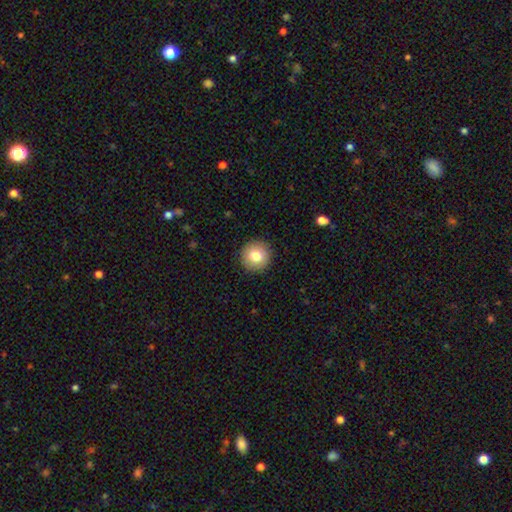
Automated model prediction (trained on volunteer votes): smooth_or_featured: smooth (p=0.79) [alt: featured or disk p=0.12]
how_rounded: round (p=0.95) [alt: in between p=0.04]
merging: none (p=0.92) [alt: minor disturbance p=0.05]